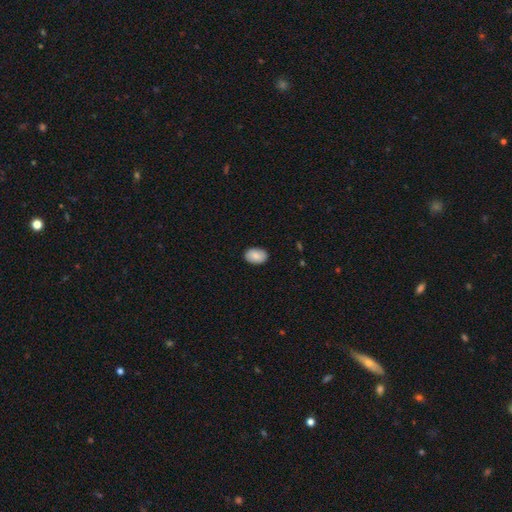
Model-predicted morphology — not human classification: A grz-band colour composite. It shows a smooth galaxy with no disk features (87%) that is in between round and cigar-shaped (84%). Merging: none (88%).